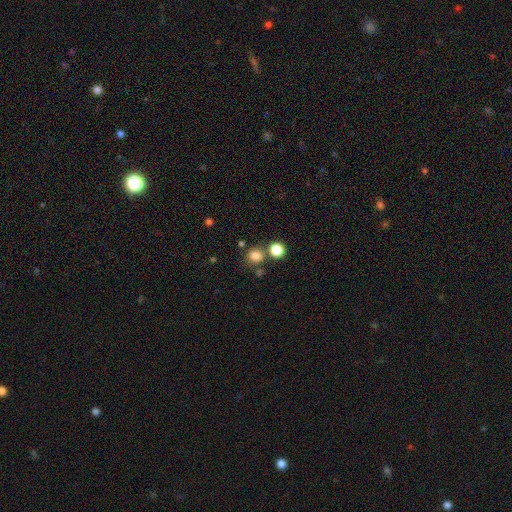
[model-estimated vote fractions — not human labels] smooth_or_featured: smooth (p=0.79) [alt: star or artifact p=0.15]
how_rounded: round (p=0.85) [alt: in between p=0.14]
merging: none (p=0.70) [alt: merger p=0.16]